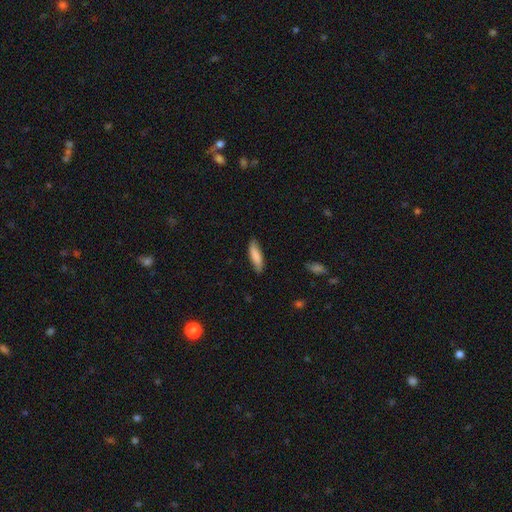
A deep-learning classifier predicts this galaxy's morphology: Smooth or featured: smooth — 84% (featured or disk — 11%)
How rounded: cigar-shaped — 64% (in between — 35%)
Merging: none — 82% (minor disturbance — 14%)